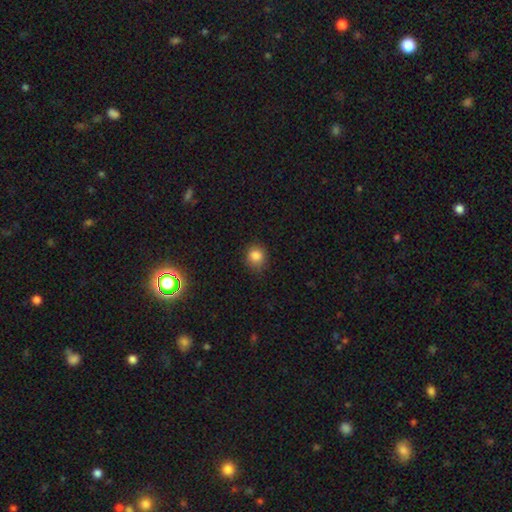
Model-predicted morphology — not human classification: Q: Smooth or featured?
A: smooth (84%); runner-up: star or artifact (12%)
Q: How rounded?
A: round (81%); runner-up: in between (18%)
Q: Merging?
A: none (80%); runner-up: minor disturbance (15%)